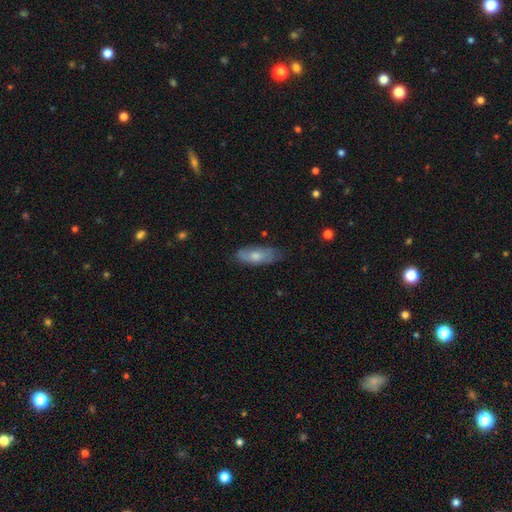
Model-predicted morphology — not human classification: Smooth or featured? Predicted: smooth (p=0.64). How rounded? Predicted: in between (p=0.75). Merging? Predicted: none (p=0.65).